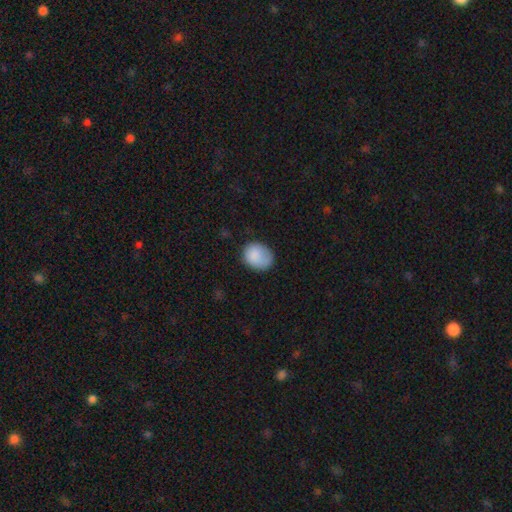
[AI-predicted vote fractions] This appears to be a smooth galaxy with no disk features (86%) that is round (58%). Merging: none (67%).